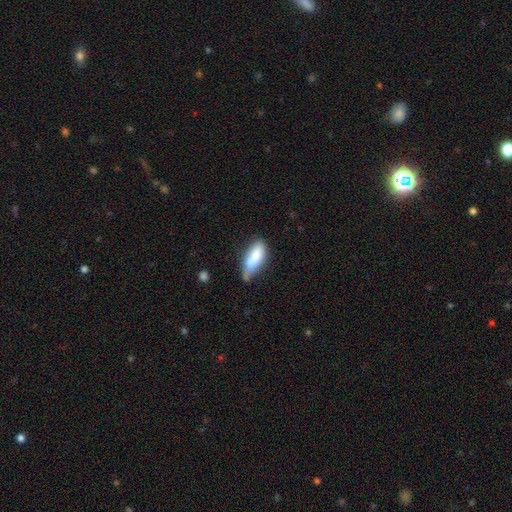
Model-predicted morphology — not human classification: A smooth galaxy with no disk features (77%) that is in between round and cigar-shaped (67%). Merging: none (39%).